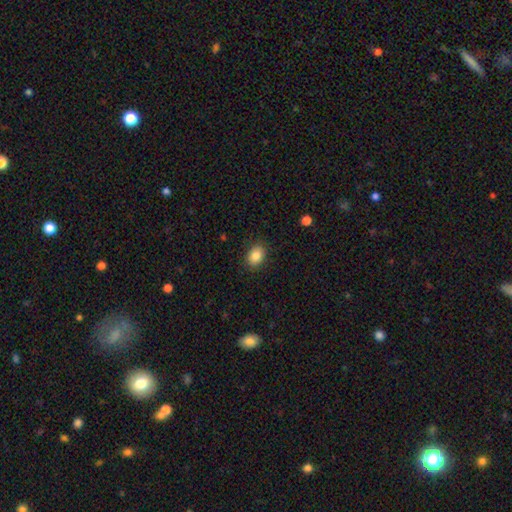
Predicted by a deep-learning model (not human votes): Smooth or featured?
  - smooth: 86% *
  - star or artifact: 9%
  - featured or disk: 5%
How rounded?
  - in between: 67% *
  - round: 32%
  - cigar-shaped: 1%
Merging?
  - none: 88% *
  - minor disturbance: 9%
  - major disturbance: 2%
  - merger: 1%